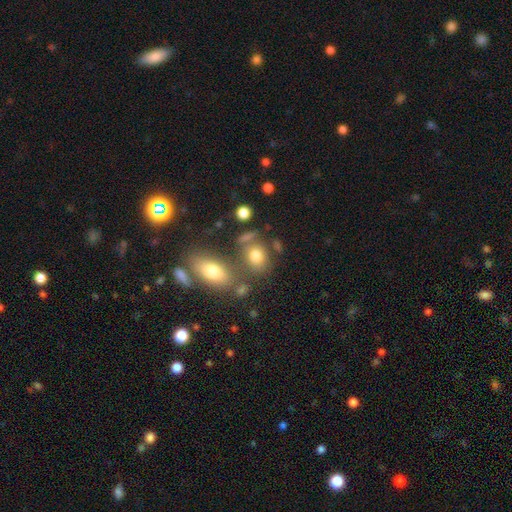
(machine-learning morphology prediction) smooth-or-featured: smooth: 77% | star or artifact: 12% | featured or disk: 11%
  how-rounded: in between: 57% | round: 41% | cigar-shaped: 2%
  merging: none: 58% | merger: 20% | minor disturbance: 15% | major disturbance: 7%